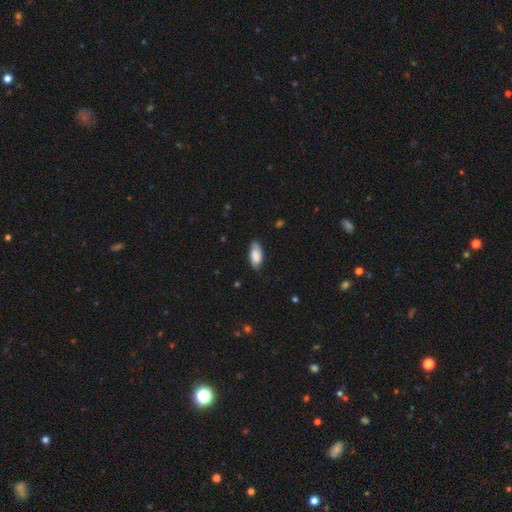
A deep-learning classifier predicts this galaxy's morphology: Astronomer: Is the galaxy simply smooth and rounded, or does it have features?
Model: smooth — 81%.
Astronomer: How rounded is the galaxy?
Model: in between — 91%.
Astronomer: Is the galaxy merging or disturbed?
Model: none — 78%.